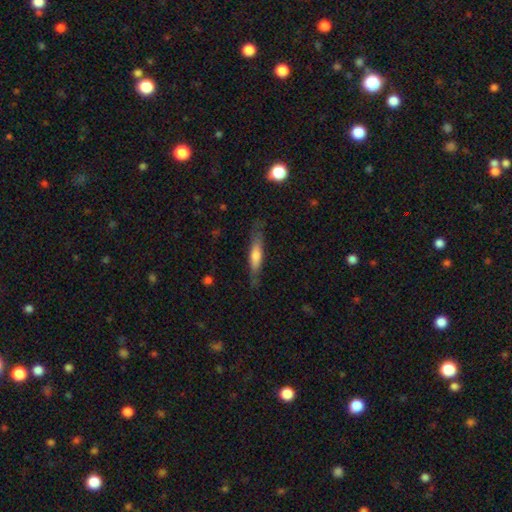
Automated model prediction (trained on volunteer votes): Morphology: type=smooth (57%); roundness=cigar-shaped (80%); merging=none (76%).